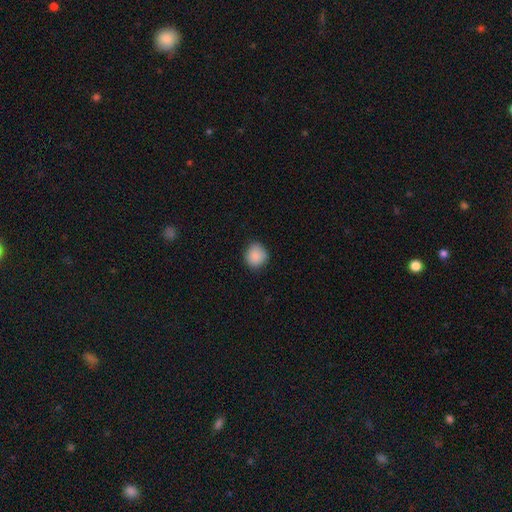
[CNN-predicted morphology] Q: Smooth or featured?
A: smooth (89%); runner-up: star or artifact (8%)
Q: How rounded?
A: round (87%); runner-up: in between (12%)
Q: Merging?
A: none (84%); runner-up: minor disturbance (12%)